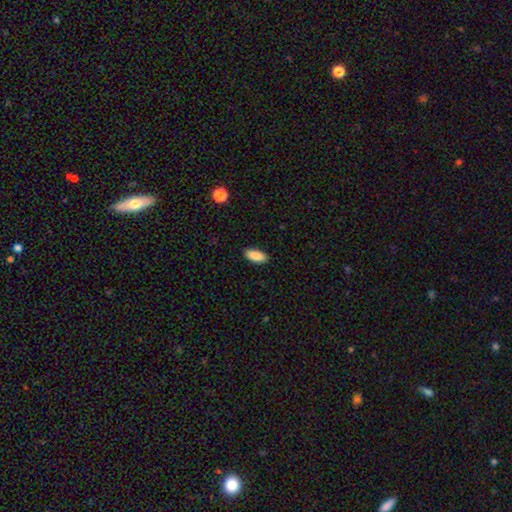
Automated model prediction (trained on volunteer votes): Overall: smooth (88%). How rounded: in between (88%). Merging: none (90%).